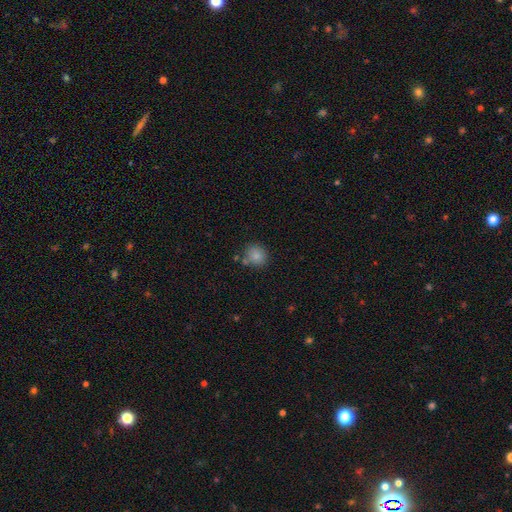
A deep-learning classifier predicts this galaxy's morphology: The model was most divided on "merging": none: 74%, minor disturbance: 12%, merger: 10%, major disturbance: 3%. More confident: smooth or featured — smooth (82%); how rounded — round (81%).